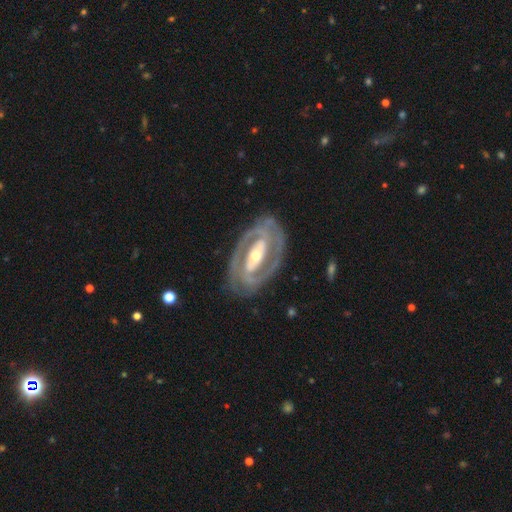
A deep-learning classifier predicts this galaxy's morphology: Smooth or featured? featured or disk (87%)
Edge-on disk? no (95%)
Bar? strong (52%)
Spiral arms? yes (84%)
Spiral winding? tight (61%)
Spiral arm count? 2 (80%)
Bulge size? moderate (54%)
Merging? none (80%)